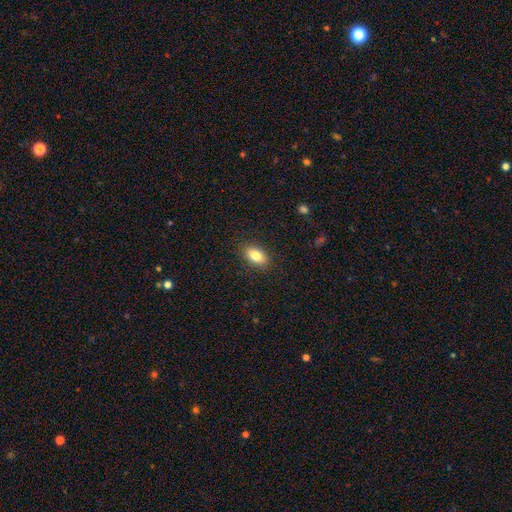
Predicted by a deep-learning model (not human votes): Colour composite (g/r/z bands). It shows a smooth galaxy with no disk features (82%) that is in between round and cigar-shaped (90%). Merging: none (88%).